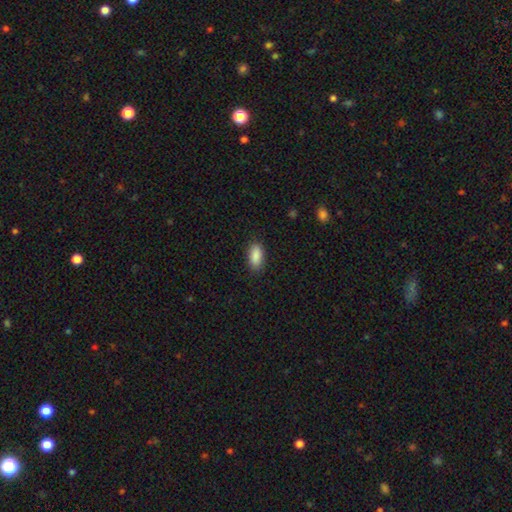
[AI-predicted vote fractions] Morphology: type=smooth (89%); roundness=in between (88%); merging=none (87%).